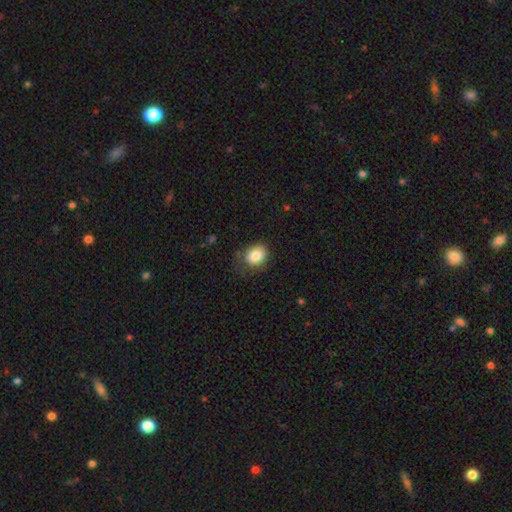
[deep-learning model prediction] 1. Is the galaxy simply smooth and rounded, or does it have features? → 85% smooth, 9% star or artifact, 7% featured or disk.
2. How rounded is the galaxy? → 55% in between, 44% round, 1% cigar-shaped.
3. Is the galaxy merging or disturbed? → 65% none, 25% minor disturbance, 9% major disturbance, 1% merger.